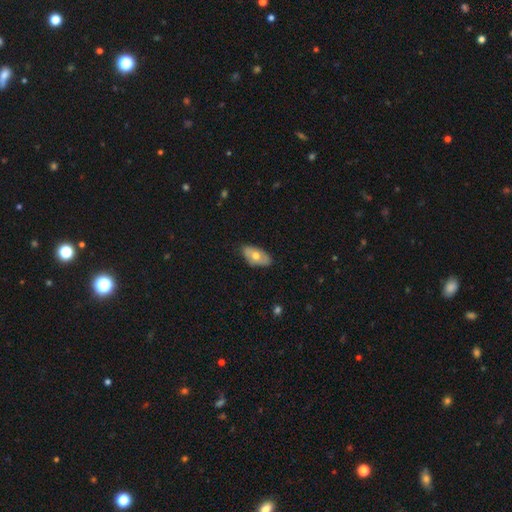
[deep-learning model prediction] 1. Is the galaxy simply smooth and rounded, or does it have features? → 59% smooth, 35% featured or disk, 6% star or artifact.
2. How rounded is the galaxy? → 92% in between, 4% round, 4% cigar-shaped.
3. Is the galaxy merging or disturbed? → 78% none, 18% minor disturbance, 3% major disturbance, 1% merger.